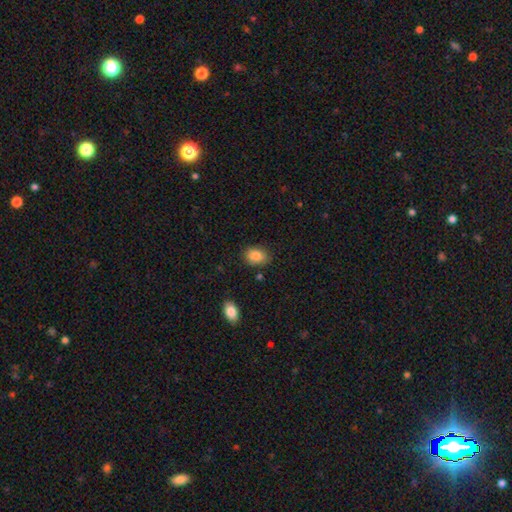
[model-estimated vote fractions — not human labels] smooth_or_featured: smooth (p=0.86) [alt: star or artifact p=0.08]
how_rounded: in between (p=0.78) [alt: round p=0.21]
merging: none (p=0.81) [alt: minor disturbance p=0.14]